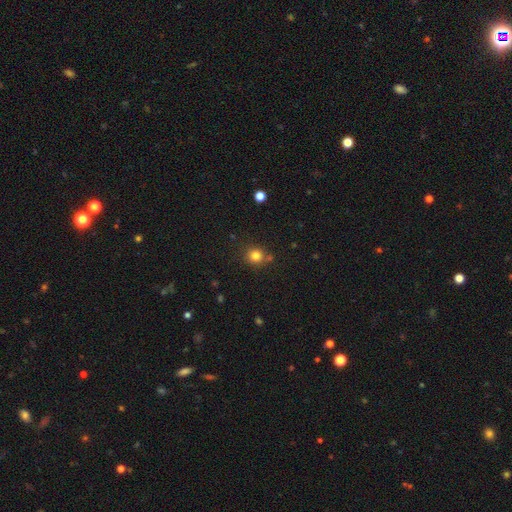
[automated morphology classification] smooth-or-featured: smooth: 81% | star or artifact: 13% | featured or disk: 6%
  how-rounded: round: 89% | in between: 11% | cigar-shaped: 1%
  merging: none: 79% | minor disturbance: 10% | merger: 8% | major disturbance: 3%